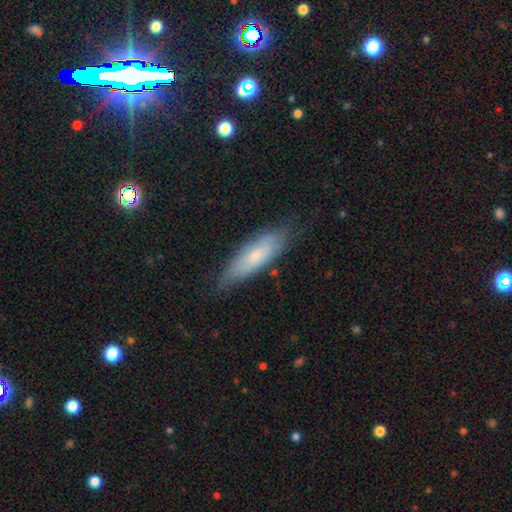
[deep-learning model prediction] Overall: smooth (62%; featured or disk 31%). How rounded: in between (51%; cigar-shaped 47%). Merging: none (70%).